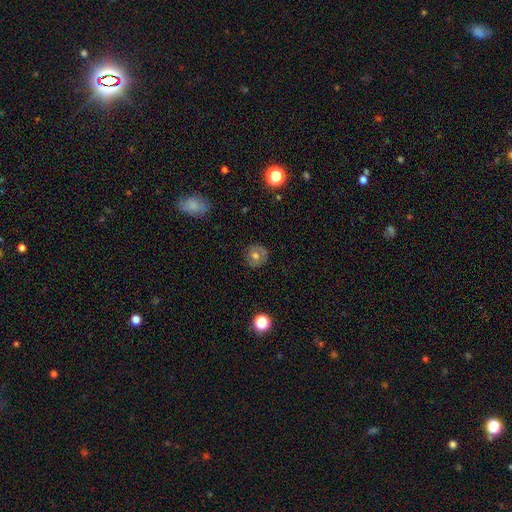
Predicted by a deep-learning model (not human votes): The model was most divided on "smooth or featured": smooth: 60%, featured or disk: 28%, star or artifact: 12%. More confident: how rounded — round (88%); merging — none (85%).